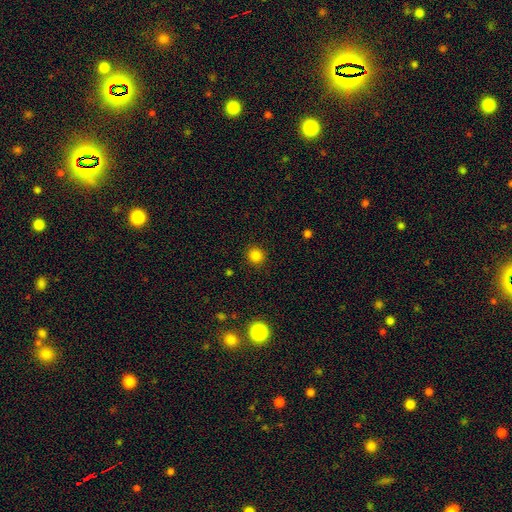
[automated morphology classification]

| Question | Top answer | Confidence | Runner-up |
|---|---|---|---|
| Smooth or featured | smooth | 83% | star or artifact (13%) |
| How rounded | round | 92% | in between (7%) |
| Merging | none | 91% | minor disturbance (5%) |